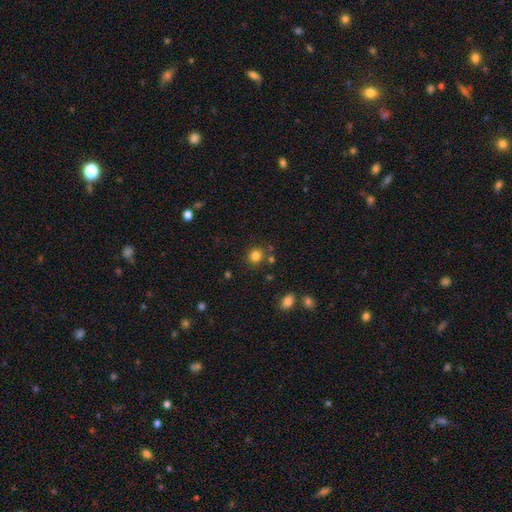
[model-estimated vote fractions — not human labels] Q: Smooth or featured?
A: smooth (82%); runner-up: star or artifact (13%)
Q: How rounded?
A: round (86%); runner-up: in between (13%)
Q: Merging?
A: none (81%); runner-up: minor disturbance (9%)